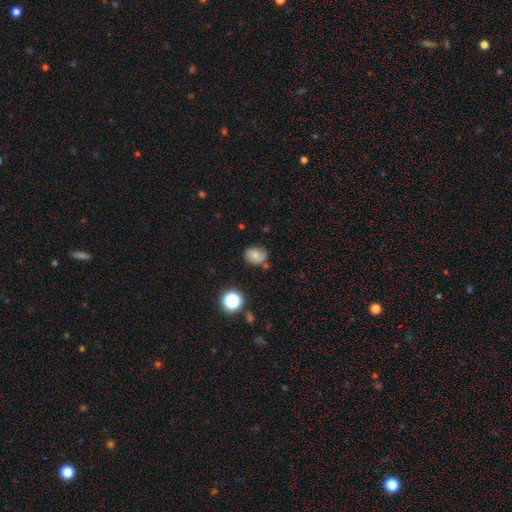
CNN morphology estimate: Overall: smooth (67%). How rounded: round (52%; in between 47%). Merging: none (67%).